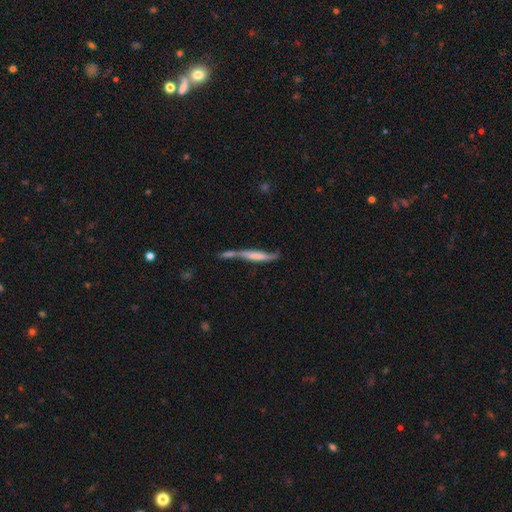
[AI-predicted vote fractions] Smooth or featured? featured or disk (51%)
Edge-on disk? yes (62%)
Merging? merger (46%)